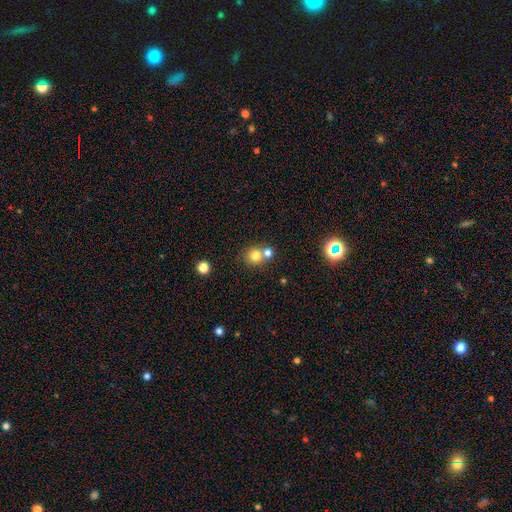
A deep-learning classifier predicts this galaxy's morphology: Q: Smooth or featured?
A: smooth (77%); runner-up: star or artifact (13%)
Q: How rounded?
A: round (86%); runner-up: in between (13%)
Q: Merging?
A: none (52%); runner-up: merger (40%)